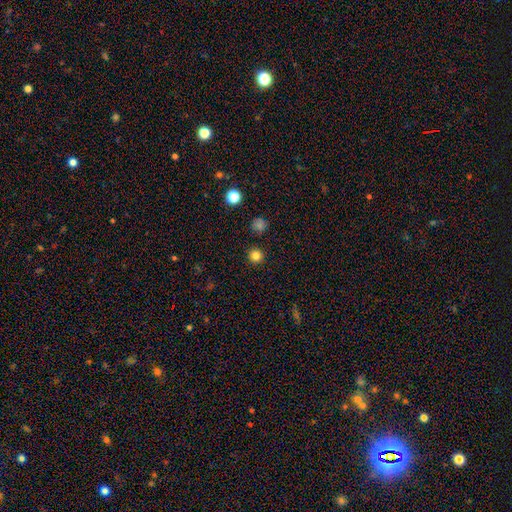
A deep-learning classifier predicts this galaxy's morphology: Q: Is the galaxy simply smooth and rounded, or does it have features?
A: smooth — 82%.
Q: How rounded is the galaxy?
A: round — 95%.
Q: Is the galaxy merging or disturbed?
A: none — 92%.